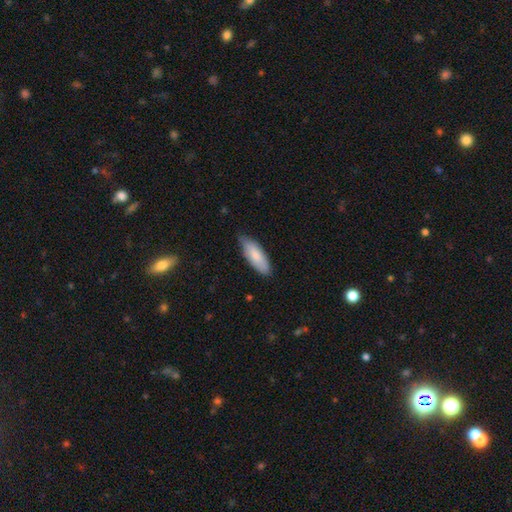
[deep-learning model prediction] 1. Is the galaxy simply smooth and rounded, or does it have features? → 82% smooth, 13% featured or disk, 5% star or artifact.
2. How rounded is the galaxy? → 70% in between, 28% cigar-shaped, 2% round.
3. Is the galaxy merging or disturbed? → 73% none, 23% minor disturbance, 3% major disturbance, 1% merger.